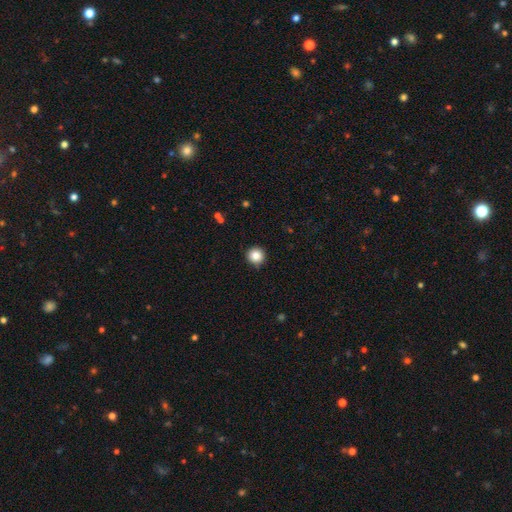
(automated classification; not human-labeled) Smooth or featured? smooth (85%)
How rounded? round (96%)
Merging? none (92%)